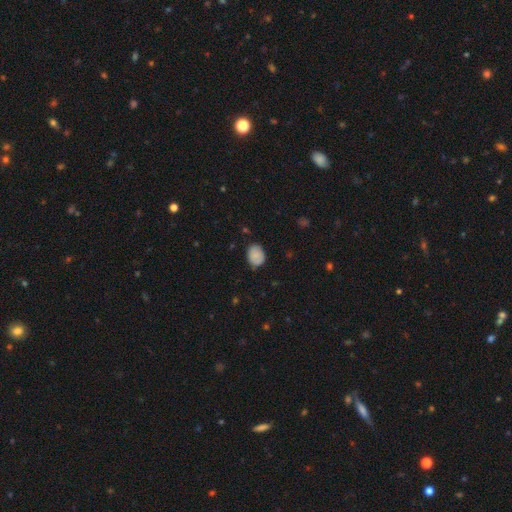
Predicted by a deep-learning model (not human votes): Overall: smooth (83%). How rounded: in between (66%; round 33%). Merging: none (74%).